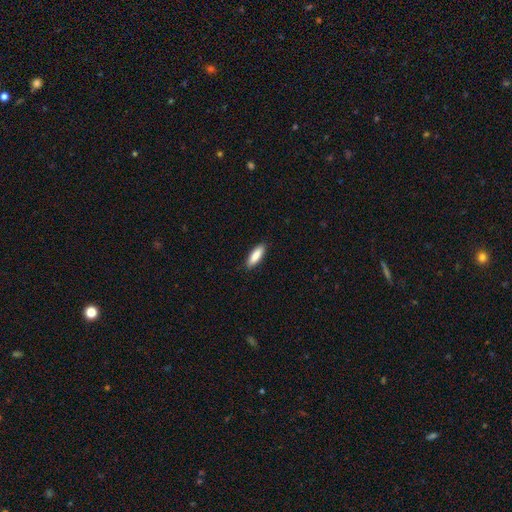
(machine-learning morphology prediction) This appears to be a smooth galaxy with no disk features (86%) that is in between round and cigar-shaped (54%). Merging: none (89%).